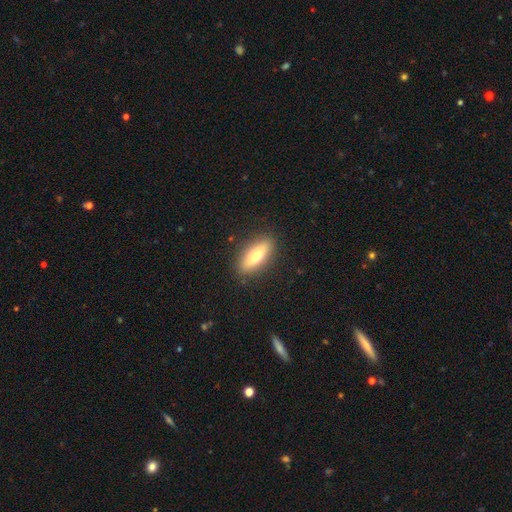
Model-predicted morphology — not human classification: smooth 64%, featured or disk 30%, star or artifact 7%. Down the decision tree: how rounded — in between (64%); merging — none (88%).